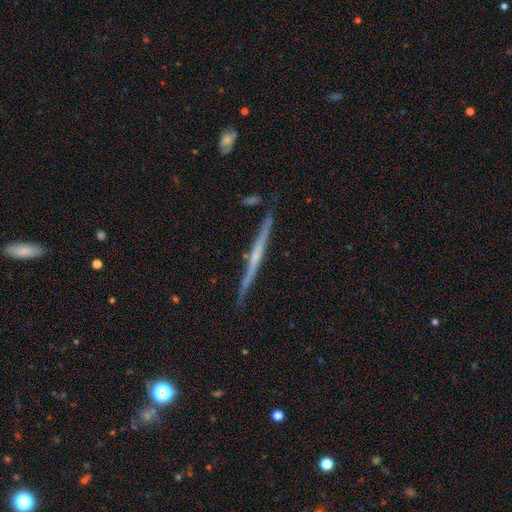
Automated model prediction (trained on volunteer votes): A featured or disk galaxy (71%) viewed edge-on (98%) with no central bulge (68%).

Vote fractions:
- Smooth or featured? featured or disk: 71% / smooth: 23% / star or artifact: 6%
- Edge-on disk? yes: 98% / no: 2%
- Edge-on bulge? none: 68% / rounded: 24% / boxy: 8%
- Merging? none: 86% / minor disturbance: 9% / merger: 2% / major disturbance: 2%